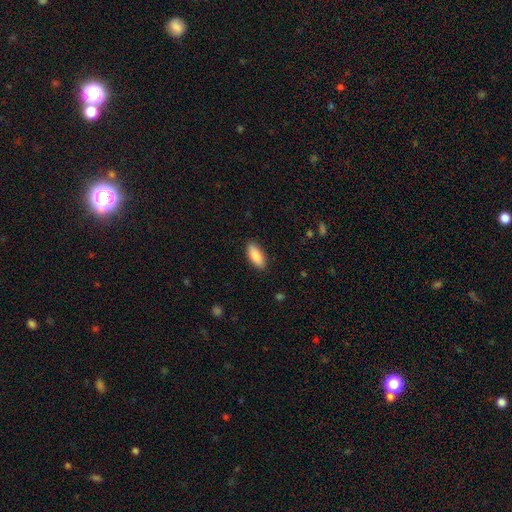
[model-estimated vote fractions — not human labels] A smooth galaxy with no disk features (89%) that is in between round and cigar-shaped (81%).

Vote fractions:
- Smooth or featured? smooth: 89% / star or artifact: 6% / featured or disk: 5%
- How rounded? in between: 81% / cigar-shaped: 17% / round: 2%
- Merging? none: 88% / minor disturbance: 9% / major disturbance: 2% / merger: 1%